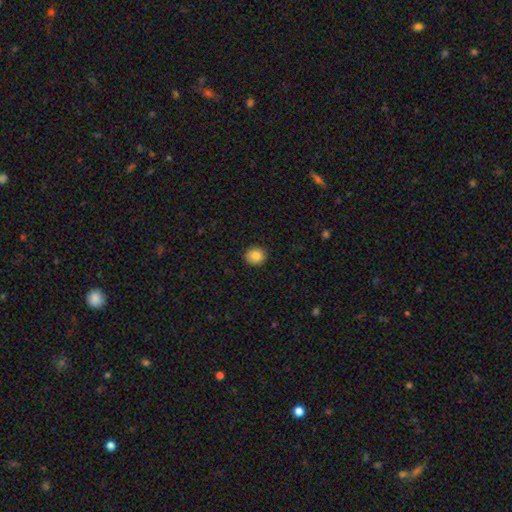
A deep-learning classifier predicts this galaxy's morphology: Smooth or featured: smooth — 84% (star or artifact — 9%)
How rounded: round — 79% (in between — 20%)
Merging: none — 91% (minor disturbance — 6%)